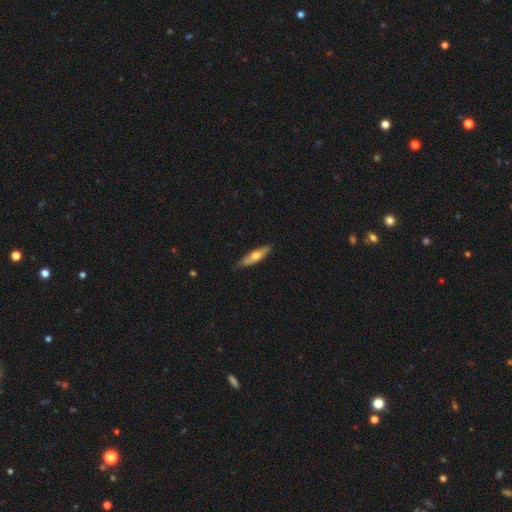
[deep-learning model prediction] A smooth galaxy with no disk features (54%) that is cigar-shaped (74%). Merging: none (85%).